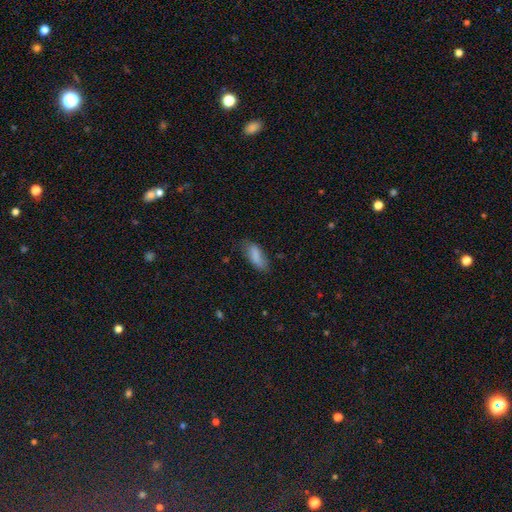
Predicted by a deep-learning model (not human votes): Smooth or featured?
  - smooth: 83% *
  - featured or disk: 10%
  - star or artifact: 8%
How rounded?
  - in between: 76% *
  - cigar-shaped: 22%
  - round: 2%
Merging?
  - none: 66% *
  - minor disturbance: 25%
  - major disturbance: 7%
  - merger: 2%